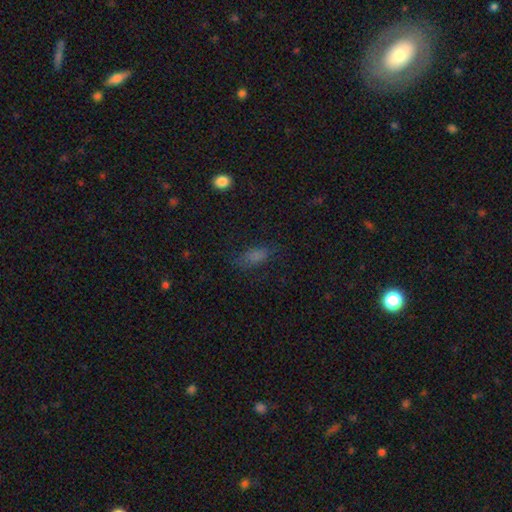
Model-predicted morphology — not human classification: Smooth or featured: smooth — 67% (star or artifact — 20%)
How rounded: in between — 74% (cigar-shaped — 19%)
Merging: none — 67% (minor disturbance — 21%)